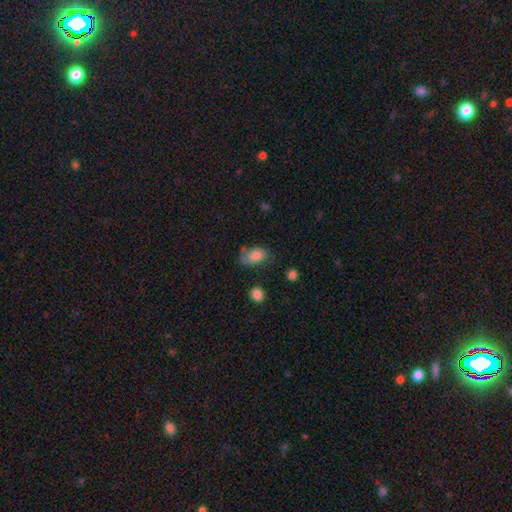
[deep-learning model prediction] Smooth or featured? smooth (78%)
How rounded? in between (88%)
Merging? none (54%)